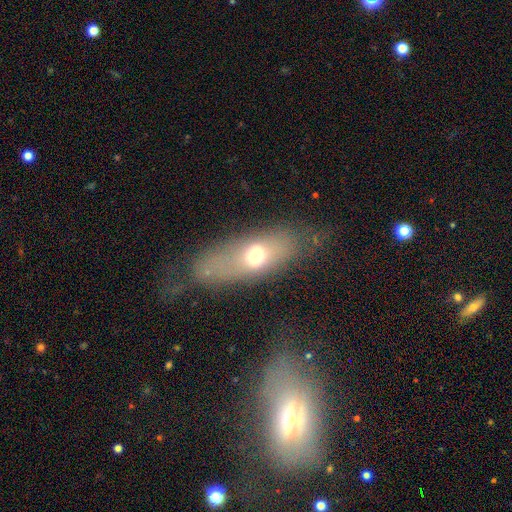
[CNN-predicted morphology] Smooth or featured? Predicted: smooth (p=0.61). How rounded? Predicted: in between (p=0.75). Merging? Predicted: none (p=0.67).